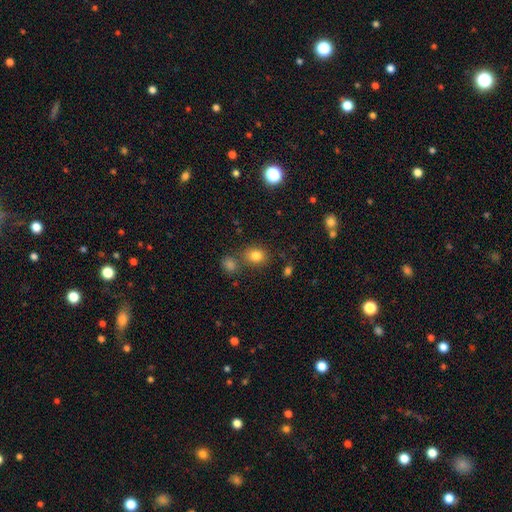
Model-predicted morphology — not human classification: This is clearly a smooth galaxy (81%). How rounded: likely round (63%). Merging: likely none (70%).